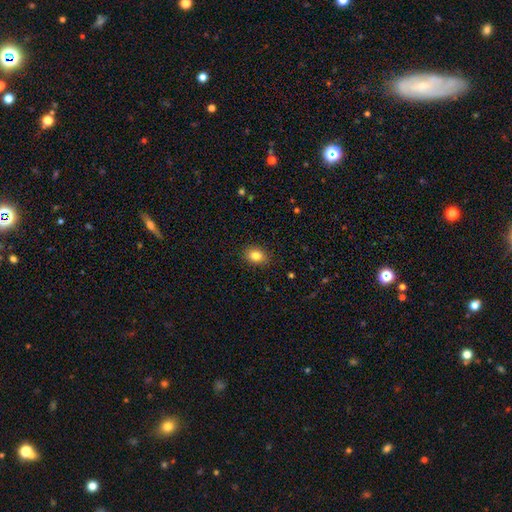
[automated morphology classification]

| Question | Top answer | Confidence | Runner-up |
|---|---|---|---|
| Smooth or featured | smooth | 85% | star or artifact (9%) |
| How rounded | in between | 70% | round (29%) |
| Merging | none | 88% | minor disturbance (9%) |